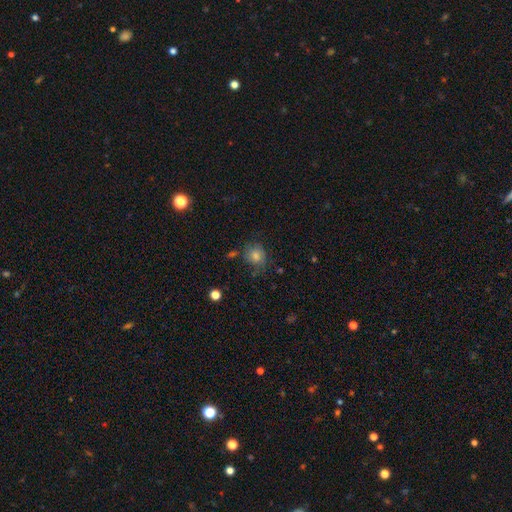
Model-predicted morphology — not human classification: A smooth galaxy with no disk features (67%) that is round (78%).

Vote fractions:
- Smooth or featured? smooth: 67% / star or artifact: 19% / featured or disk: 14%
- How rounded? round: 78% / in between: 21% / cigar-shaped: 1%
- Merging? none: 72% / minor disturbance: 18% / major disturbance: 6% / merger: 4%